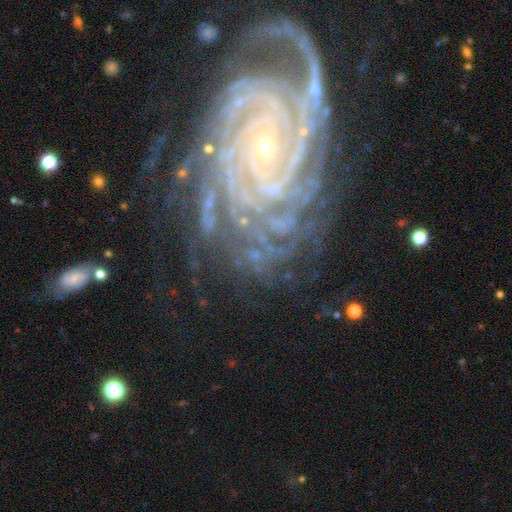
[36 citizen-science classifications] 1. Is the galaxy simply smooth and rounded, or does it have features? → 92% featured or disk, 8% star or artifact, 0% smooth.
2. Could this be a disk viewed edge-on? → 100% no, 0% yes.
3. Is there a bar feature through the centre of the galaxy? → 79% no, 12% strong, 9% weak.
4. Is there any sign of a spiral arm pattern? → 100% yes, 0% no.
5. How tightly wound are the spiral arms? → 82% tight, 18% medium, 0% loose.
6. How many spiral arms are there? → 58% more than 4, 21% can't tell, 9% 3, 6% 4, 3% 1, 3% 2.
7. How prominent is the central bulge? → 85% small, 12% moderate, 3% large, 0% dominant, 0% none.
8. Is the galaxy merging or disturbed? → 79% none, 12% minor disturbance, 6% major disturbance, 3% merger.